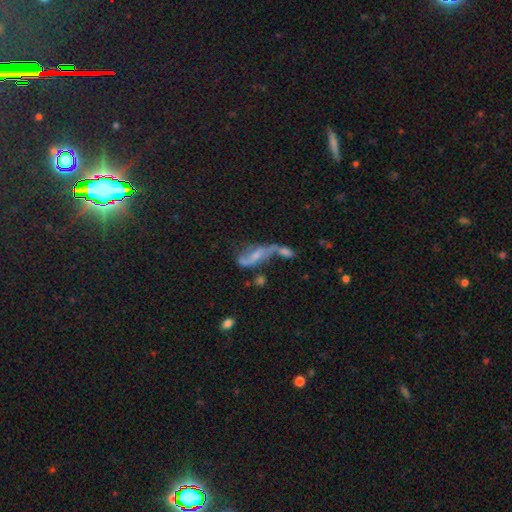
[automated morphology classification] Smooth or featured? Predicted: featured or disk (p=0.64). Edge-on disk? Predicted: no (p=0.87). Bar? Predicted: no (p=0.50). Spiral arms? Predicted: yes (p=0.69). Bulge size? Predicted: small (p=0.48). Merging? Predicted: merger (p=0.50).